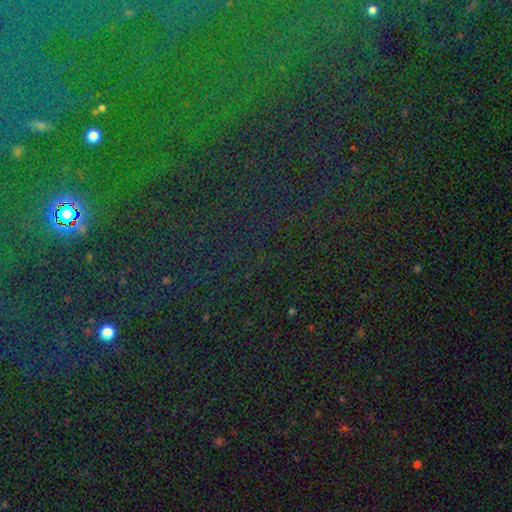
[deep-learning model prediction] Overall: star or artifact (82%).